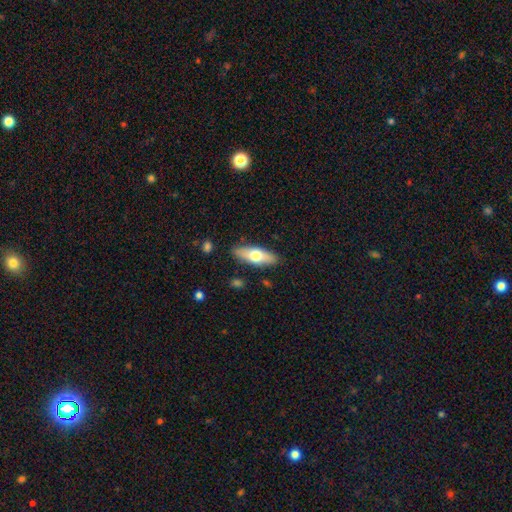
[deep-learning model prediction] A smooth galaxy with no disk features (57%) that is in between round and cigar-shaped (62%).

Vote fractions:
- Smooth or featured? smooth: 57% / featured or disk: 37% / star or artifact: 6%
- How rounded? in between: 62% / cigar-shaped: 35% / round: 3%
- Merging? none: 86% / minor disturbance: 10% / major disturbance: 2% / merger: 2%